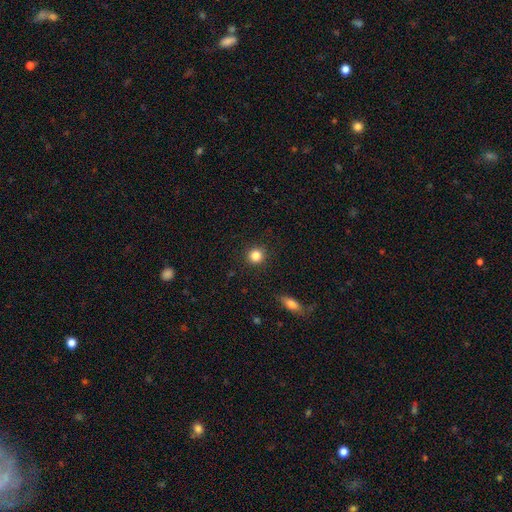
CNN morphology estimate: Overall: smooth (84%). How rounded: round (92%). Merging: none (91%).